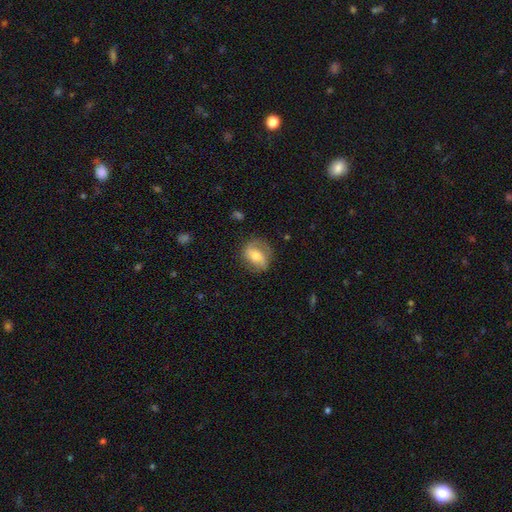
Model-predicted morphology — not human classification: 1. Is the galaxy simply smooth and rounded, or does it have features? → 48% featured or disk, 44% smooth, 8% star or artifact.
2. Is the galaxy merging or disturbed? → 73% none, 18% minor disturbance, 7% major disturbance, 1% merger.